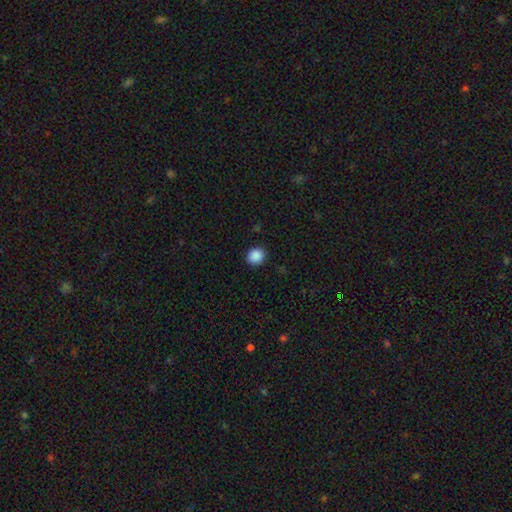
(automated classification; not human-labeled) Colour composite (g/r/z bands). It shows a smooth galaxy with no disk features (88%) that is round (78%). Merging: none (90%).